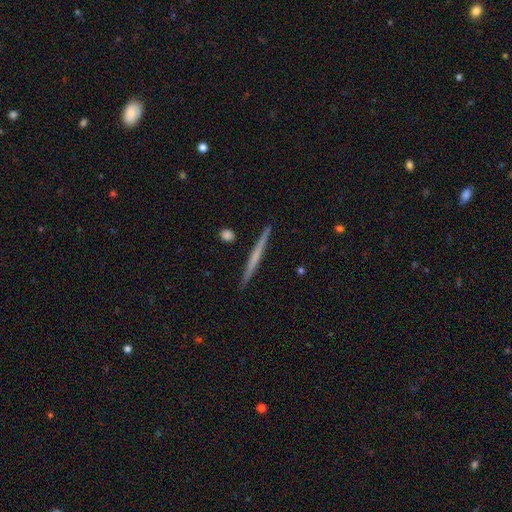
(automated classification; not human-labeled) Smooth or featured: featured or disk — 54% (smooth — 41%)
Edge-on disk: yes — 98% (no — 2%)
Edge-on bulge: none — 83% (rounded — 12%)
Merging: none — 92% (minor disturbance — 5%)